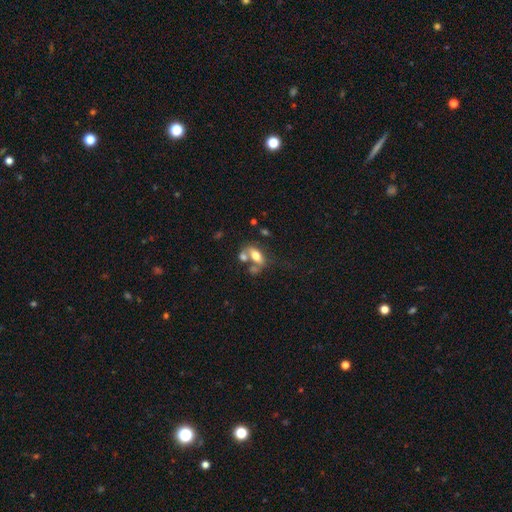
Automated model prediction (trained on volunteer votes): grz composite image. It shows a smooth galaxy with no disk features (64%) that is in between round and cigar-shaped (85%). Merging: merger (42%).